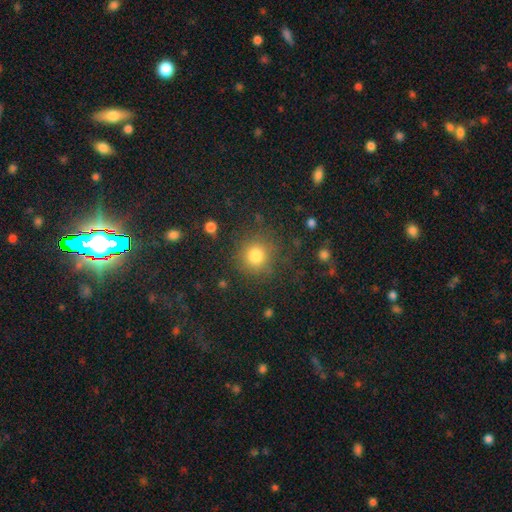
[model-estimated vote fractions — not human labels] The model was most divided on "smooth or featured": smooth: 80%, star or artifact: 13%, featured or disk: 7%. More confident: how rounded — round (92%); merging — none (83%).